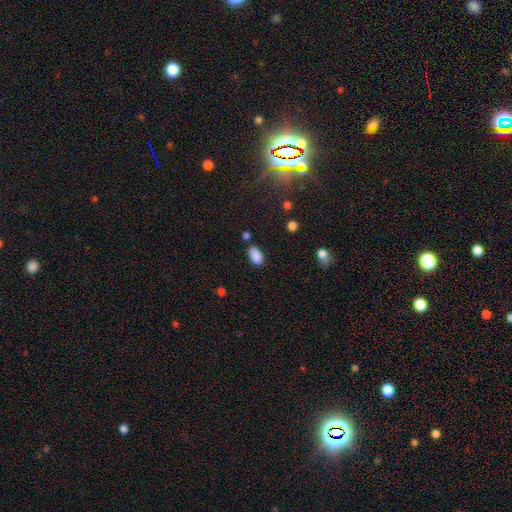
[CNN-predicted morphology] Smooth or featured: smooth — 87% (star or artifact — 9%)
How rounded: in between — 93% (round — 4%)
Merging: none — 77% (minor disturbance — 15%)